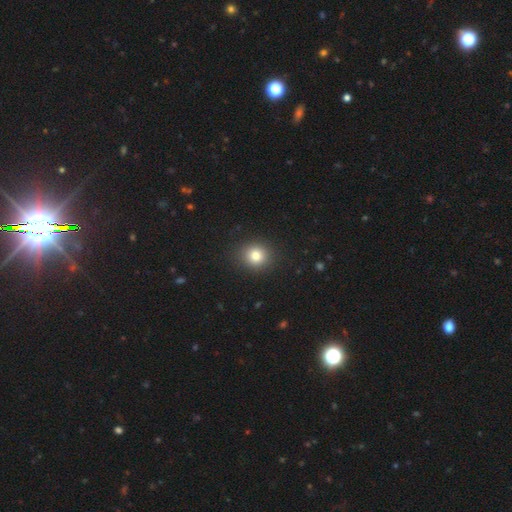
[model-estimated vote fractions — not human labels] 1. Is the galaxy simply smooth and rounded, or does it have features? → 81% smooth, 12% star or artifact, 7% featured or disk.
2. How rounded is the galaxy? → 84% round, 15% in between, 1% cigar-shaped.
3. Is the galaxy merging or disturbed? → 90% none, 7% minor disturbance, 2% major disturbance, 1% merger.